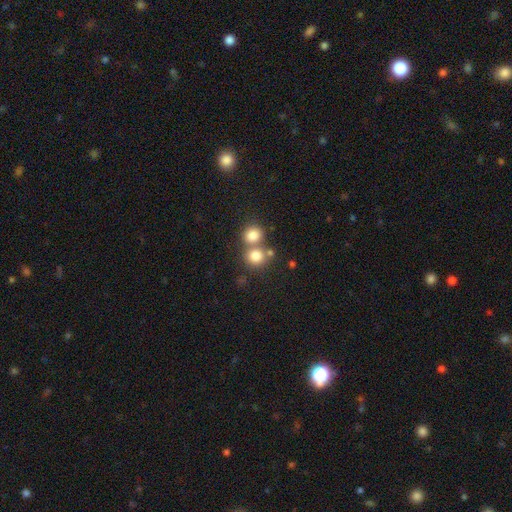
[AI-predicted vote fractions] Smooth or featured? smooth (78%)
How rounded? round (83%)
Merging? none (50%)